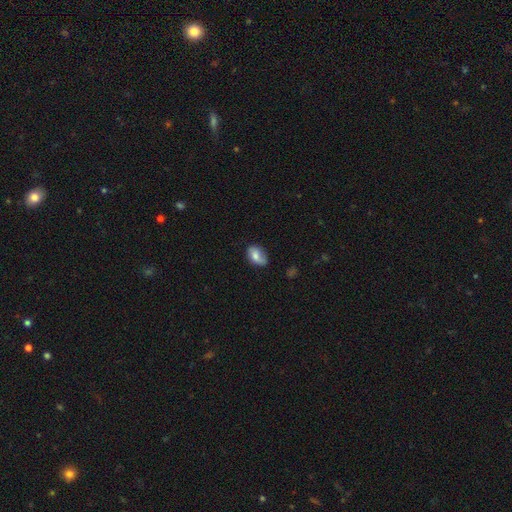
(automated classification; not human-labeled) Smooth or featured?
  - smooth: 68% *
  - featured or disk: 24%
  - star or artifact: 8%
How rounded?
  - in between: 87% *
  - round: 11%
  - cigar-shaped: 2%
Merging?
  - none: 61% *
  - minor disturbance: 30%
  - major disturbance: 7%
  - merger: 2%